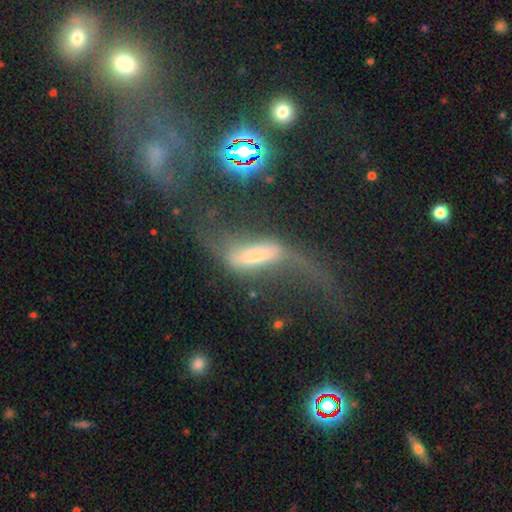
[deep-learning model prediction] Overall: featured or disk (67%). Edge-on disk: no (77%). Bar: strong (60%; weak 25%). Spiral arms: yes (79%). Bulge size: small (38%; moderate 26%). Merging: major disturbance (44%; none 30%).